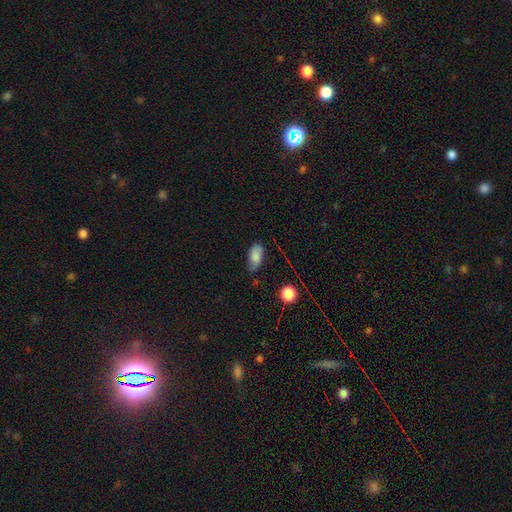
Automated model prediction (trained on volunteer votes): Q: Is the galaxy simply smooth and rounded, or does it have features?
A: smooth — 82%.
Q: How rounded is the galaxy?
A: in between — 90%.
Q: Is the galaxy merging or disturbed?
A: none — 57%.